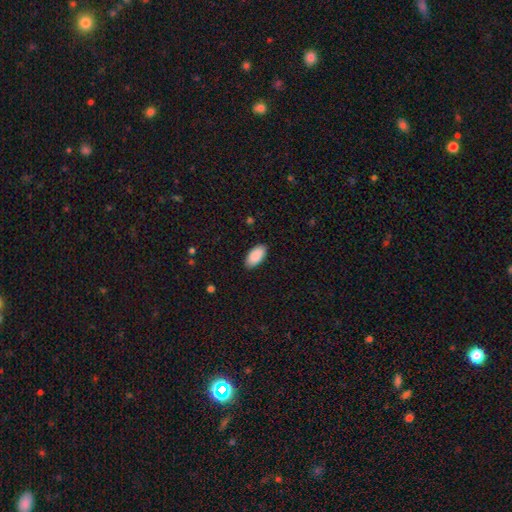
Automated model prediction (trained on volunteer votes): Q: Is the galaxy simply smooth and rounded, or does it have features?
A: smooth — 90%.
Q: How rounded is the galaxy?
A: in between — 95%.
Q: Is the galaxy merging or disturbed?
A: none — 87%.